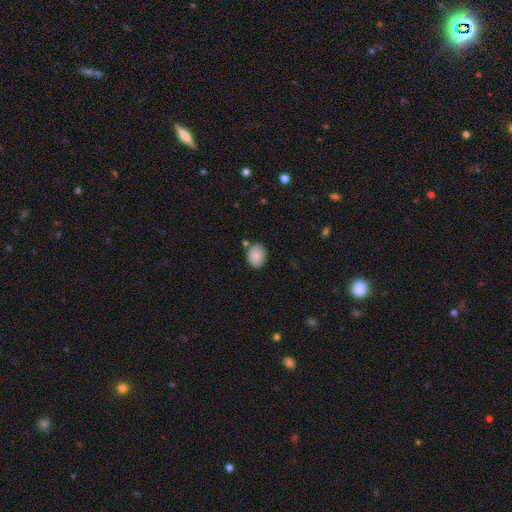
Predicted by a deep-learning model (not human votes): Smooth or featured? smooth (88%)
How rounded? in between (65%)
Merging? none (75%)